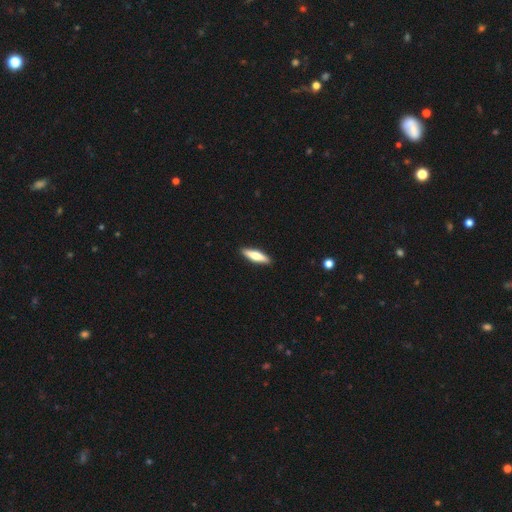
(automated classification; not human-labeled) smooth_or_featured: smooth (p=0.64) [alt: featured or disk p=0.31]
how_rounded: cigar-shaped (p=0.72) [alt: in between p=0.27]
merging: none (p=0.90) [alt: minor disturbance p=0.08]